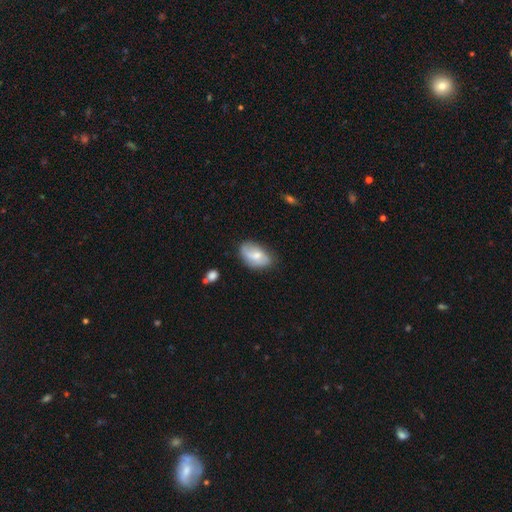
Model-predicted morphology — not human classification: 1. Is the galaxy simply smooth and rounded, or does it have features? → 53% smooth, 40% featured or disk, 7% star or artifact.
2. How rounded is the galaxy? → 90% in between, 8% round, 2% cigar-shaped.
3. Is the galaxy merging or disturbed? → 63% none, 27% minor disturbance, 8% major disturbance, 2% merger.